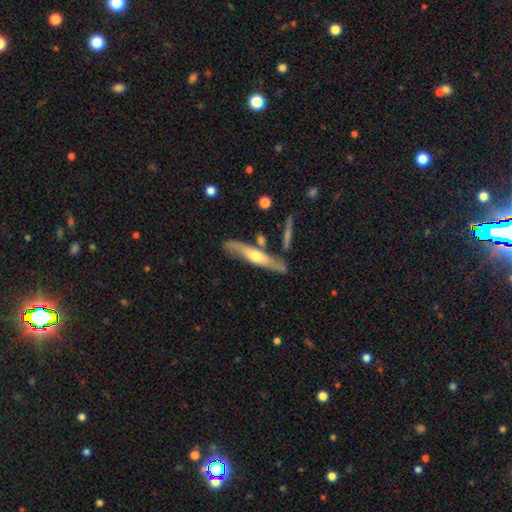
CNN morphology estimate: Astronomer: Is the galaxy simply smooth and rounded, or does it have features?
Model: featured or disk — 63%.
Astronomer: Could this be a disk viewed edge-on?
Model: yes — 87%.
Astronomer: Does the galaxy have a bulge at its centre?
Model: rounded — 87%.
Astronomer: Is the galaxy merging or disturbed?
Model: none — 72%.